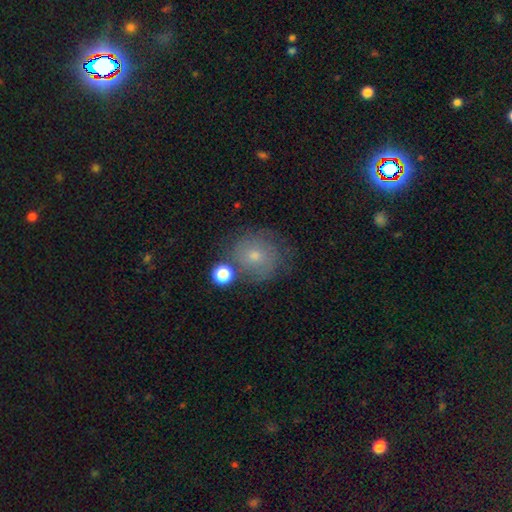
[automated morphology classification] Q: Smooth or featured?
A: smooth (50%); runner-up: featured or disk (37%)
Q: How rounded?
A: round (85%); runner-up: in between (14%)
Q: Merging?
A: none (64%); runner-up: minor disturbance (18%)